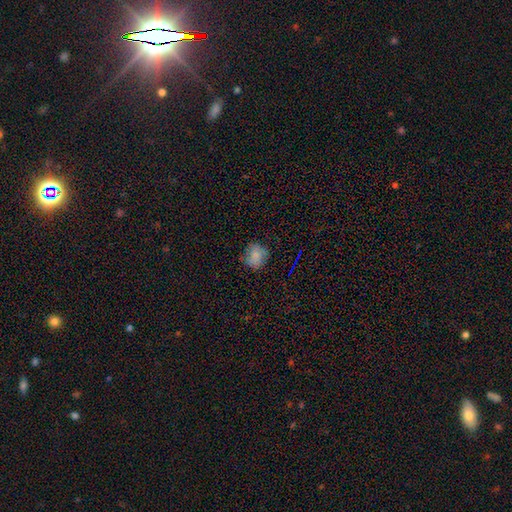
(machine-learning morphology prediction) smooth-or-featured: smooth: 78% | star or artifact: 13% | featured or disk: 10%
  how-rounded: round: 75% | in between: 24% | cigar-shaped: 1%
  merging: none: 75% | minor disturbance: 19% | major disturbance: 5% | merger: 1%